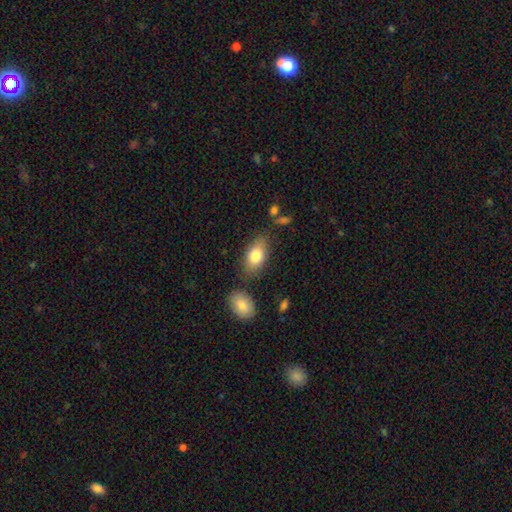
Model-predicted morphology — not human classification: smooth_or_featured: smooth (p=0.79) [alt: featured or disk p=0.14]
how_rounded: in between (p=0.90) [alt: round p=0.06]
merging: none (p=0.75) [alt: minor disturbance p=0.15]